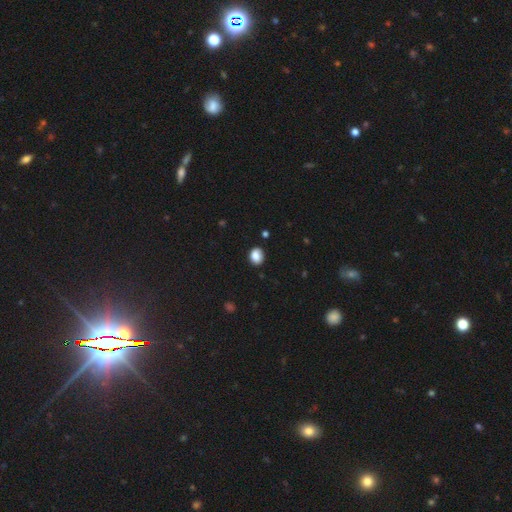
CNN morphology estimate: This appears to be a smooth galaxy with no disk features (86%) that is in between round and cigar-shaped (51%). Merging: none (83%).